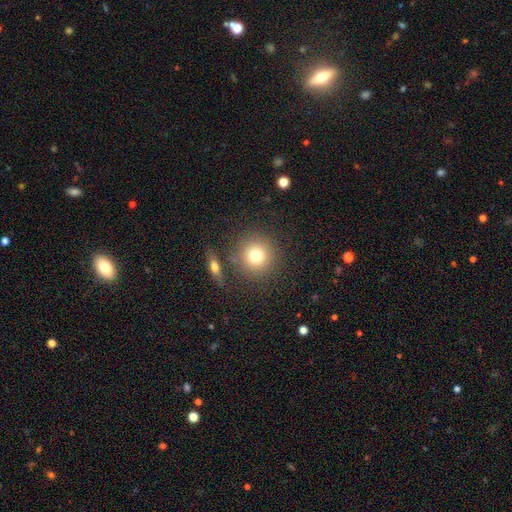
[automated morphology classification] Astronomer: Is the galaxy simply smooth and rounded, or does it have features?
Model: smooth — 76%.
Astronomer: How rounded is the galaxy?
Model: round — 93%.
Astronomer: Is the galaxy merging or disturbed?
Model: none — 81%.